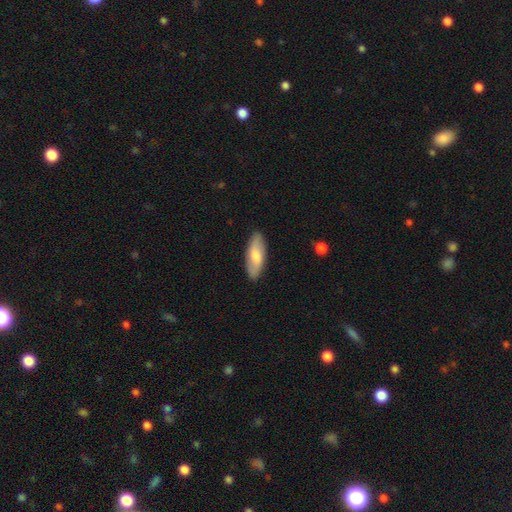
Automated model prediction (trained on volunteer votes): Smooth or featured: smooth — 69% (featured or disk — 26%)
How rounded: in between — 71% (cigar-shaped — 27%)
Merging: none — 87% (minor disturbance — 10%)